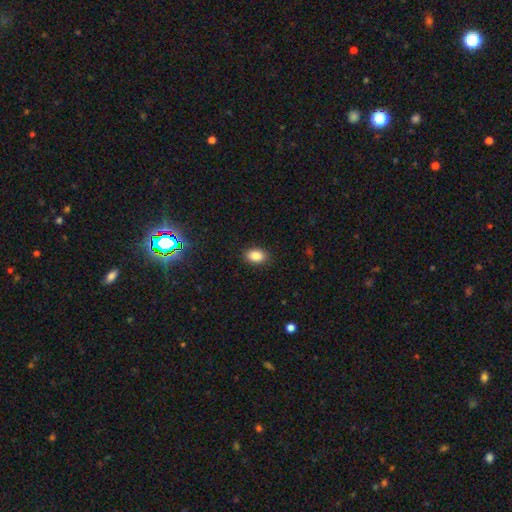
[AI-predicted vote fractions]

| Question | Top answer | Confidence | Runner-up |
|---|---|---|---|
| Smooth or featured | smooth | 86% | star or artifact (9%) |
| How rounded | in between | 85% | round (14%) |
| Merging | none | 88% | minor disturbance (9%) |